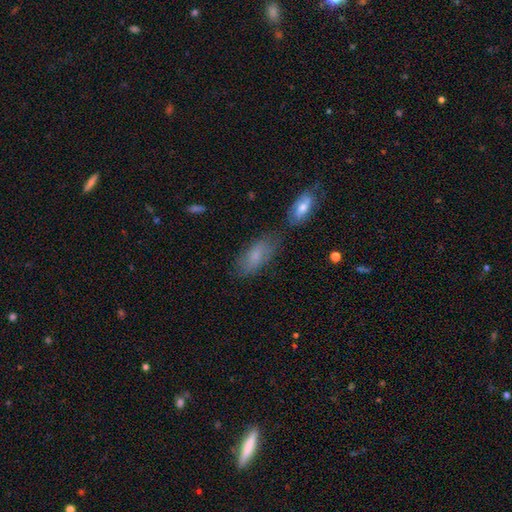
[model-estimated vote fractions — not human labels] Morphology: type=smooth (73%); roundness=in between (87%); merging=none (59%).